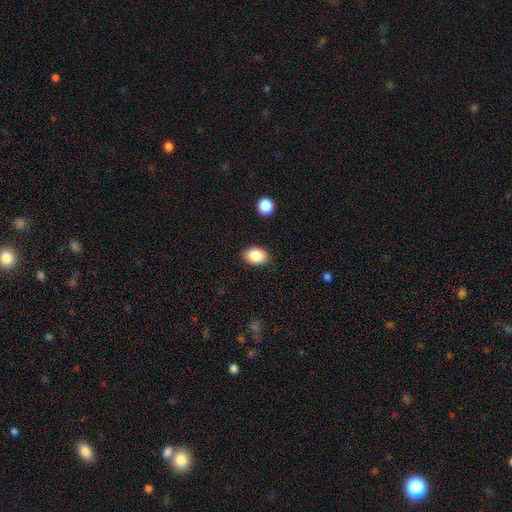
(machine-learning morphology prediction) smooth-or-featured: smooth: 88% | star or artifact: 8% | featured or disk: 5%
  how-rounded: in between: 78% | round: 21% | cigar-shaped: 1%
  merging: none: 86% | minor disturbance: 10% | major disturbance: 2% | merger: 2%